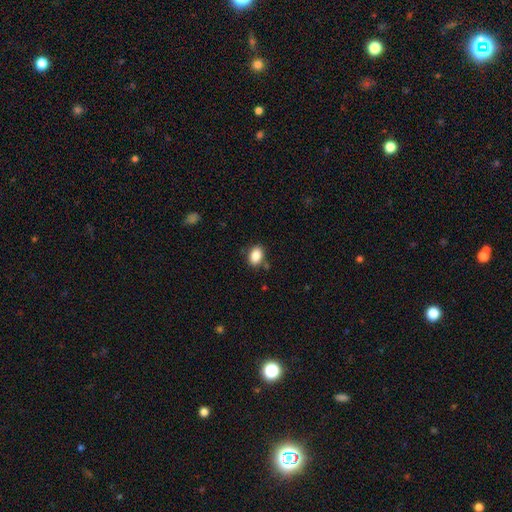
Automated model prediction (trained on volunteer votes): Smooth or featured? Predicted: smooth (p=0.86). How rounded? Predicted: in between (p=0.80). Merging? Predicted: none (p=0.81).